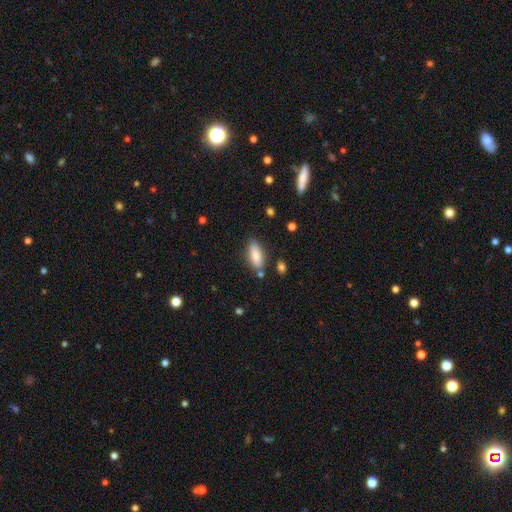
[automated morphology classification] This appears to be a smooth galaxy with no disk features (83%) that is in between round and cigar-shaped (75%). Merging: none (75%).